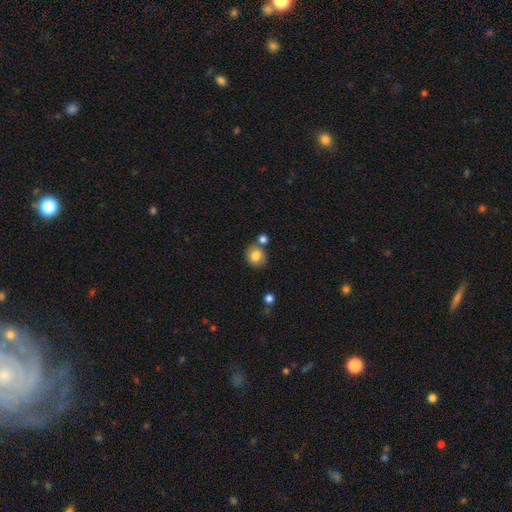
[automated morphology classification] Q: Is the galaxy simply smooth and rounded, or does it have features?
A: smooth — 81%.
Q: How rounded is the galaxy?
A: round — 75%.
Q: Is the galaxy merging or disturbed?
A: none — 69%.